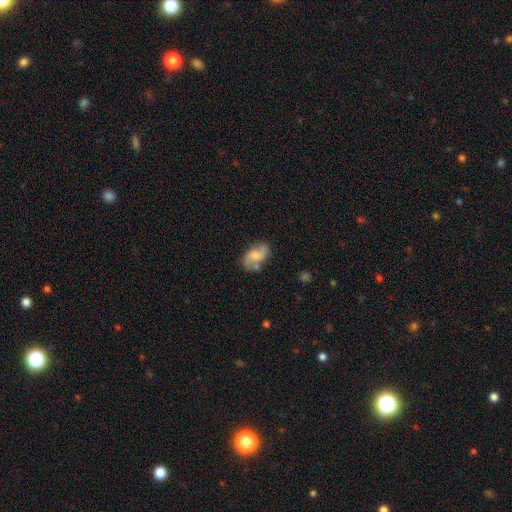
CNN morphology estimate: type=featured or disk (47%); merging=none (60%).